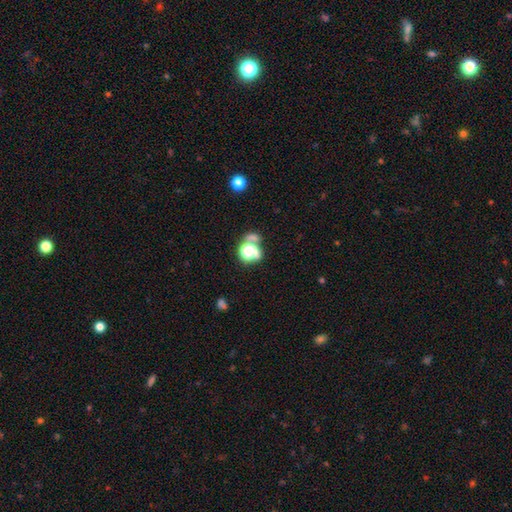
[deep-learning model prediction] Smooth or featured? Predicted: star or artifact (p=0.47).